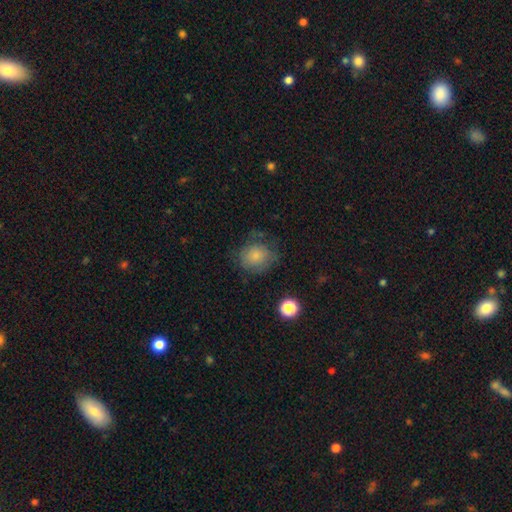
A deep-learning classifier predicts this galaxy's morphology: A smooth galaxy with no disk features (75%) that is round (76%).

Vote fractions:
- Smooth or featured? smooth: 75% / featured or disk: 15% / star or artifact: 10%
- How rounded? round: 76% / in between: 23% / cigar-shaped: 1%
- Merging? none: 61% / minor disturbance: 24% / major disturbance: 13% / merger: 2%